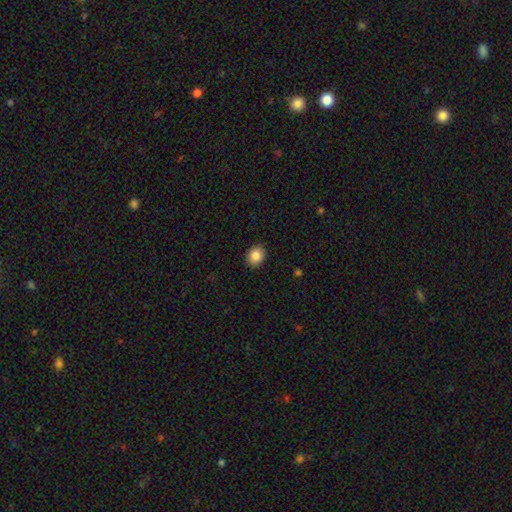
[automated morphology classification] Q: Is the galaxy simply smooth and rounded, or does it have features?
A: smooth — 86%.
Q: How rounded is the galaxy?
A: round — 55%.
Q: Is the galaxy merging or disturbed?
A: none — 90%.